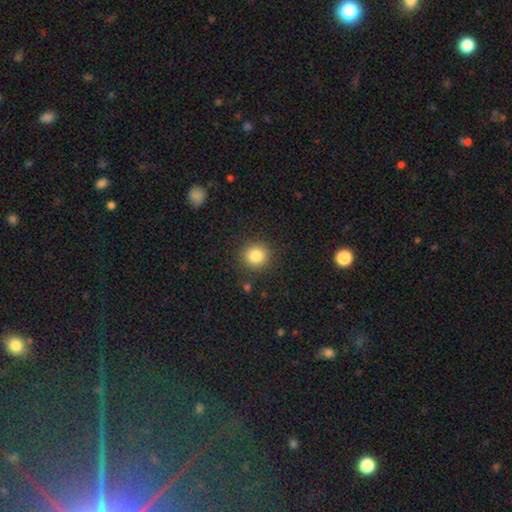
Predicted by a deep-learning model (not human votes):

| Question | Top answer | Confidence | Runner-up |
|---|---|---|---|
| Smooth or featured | smooth | 84% | star or artifact (11%) |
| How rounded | round | 90% | in between (10%) |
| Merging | none | 89% | minor disturbance (7%) |